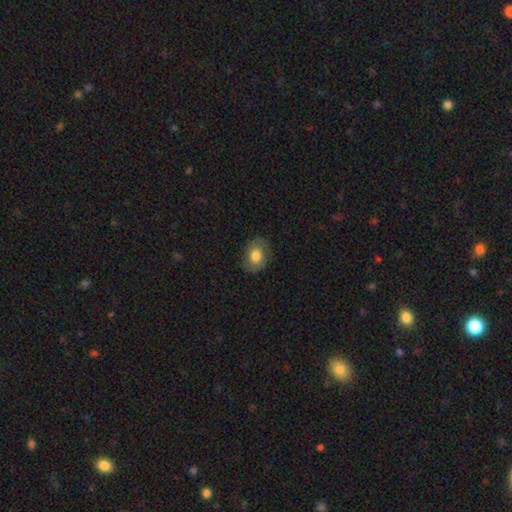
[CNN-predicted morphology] This appears to be a smooth galaxy with no disk features (71%) that is in between round and cigar-shaped (57%). Merging: none (79%).